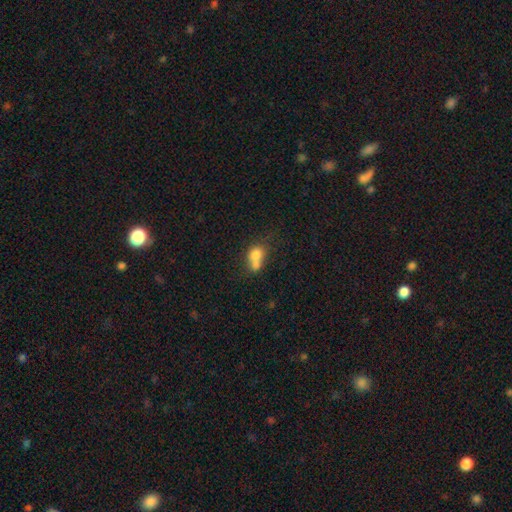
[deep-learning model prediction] Smooth or featured? Predicted: smooth (p=0.72). How rounded? Predicted: round (p=0.57). Merging? Predicted: merger (p=0.61).